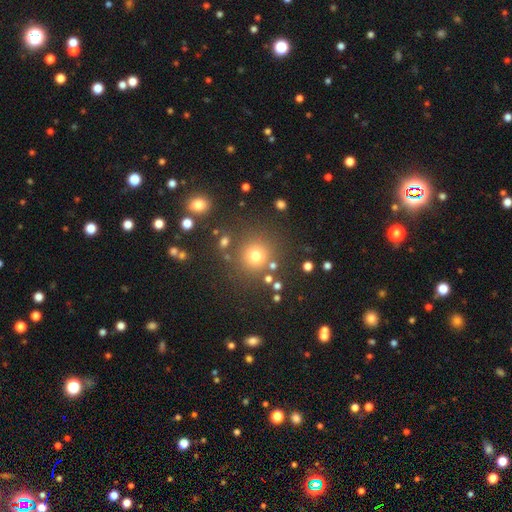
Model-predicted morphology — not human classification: A smooth galaxy with no disk features (74%) that is round (93%).

Vote fractions:
- Smooth or featured? smooth: 74% / star or artifact: 18% / featured or disk: 7%
- How rounded? round: 93% / in between: 6% / cigar-shaped: 1%
- Merging? none: 81% / minor disturbance: 9% / merger: 6% / major disturbance: 4%